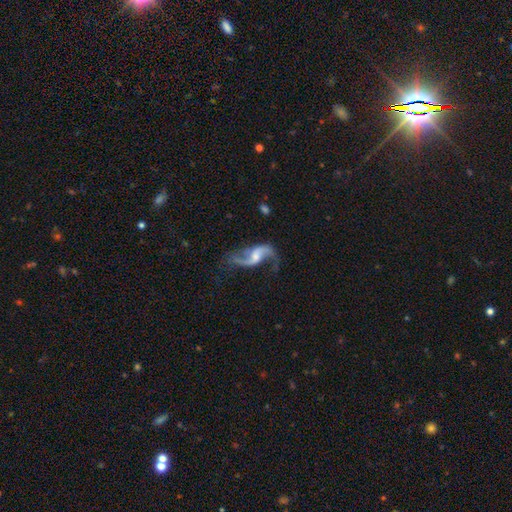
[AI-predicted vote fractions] The model was most divided on "bulge size" (2-way tie): small: 41%, moderate: 41%, none: 12%, large: 5%, dominant: 1%. Remaining: edge-on disk — no (96%); spiral arms — yes (96%); spiral arm count — 2 (92%); smooth or featured — featured or disk (89%); spiral winding — loose (85%); merging — none (64%); bar — weak (46%).